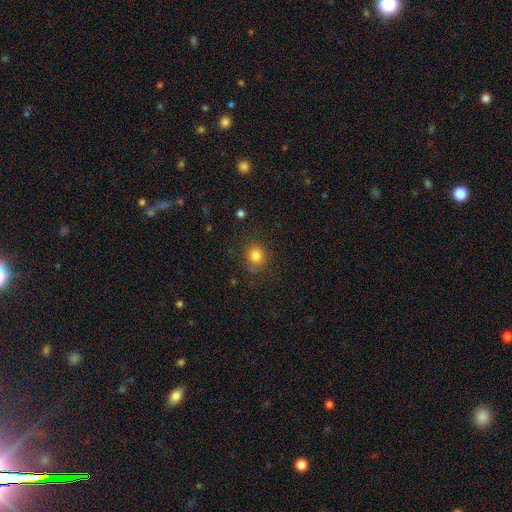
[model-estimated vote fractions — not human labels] Q: Smooth or featured?
A: smooth (82%); runner-up: star or artifact (12%)
Q: How rounded?
A: round (79%); runner-up: in between (20%)
Q: Merging?
A: none (80%); runner-up: minor disturbance (13%)